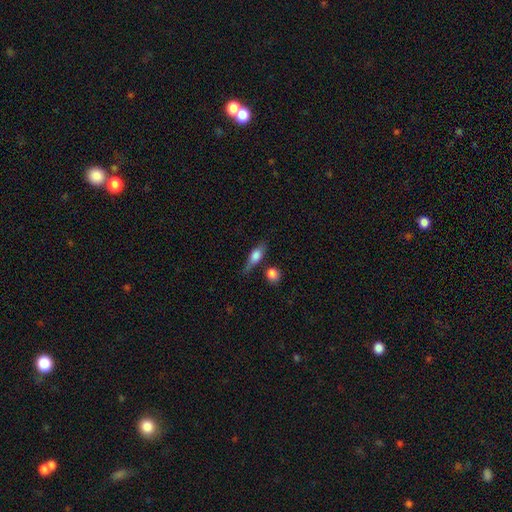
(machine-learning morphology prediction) This is likely a smooth galaxy (60%). How rounded: possibly in between (58%). Merging: possibly none (57%).